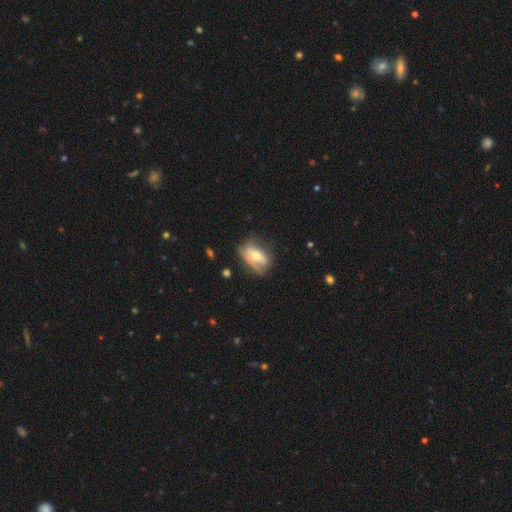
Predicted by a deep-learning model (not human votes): smooth-or-featured: featured or disk: 48% | smooth: 45% | star or artifact: 7%
  merging: none: 49% | minor disturbance: 31% | major disturbance: 17% | merger: 3%